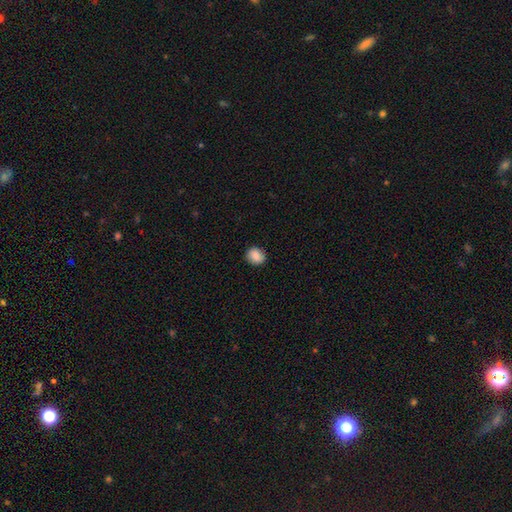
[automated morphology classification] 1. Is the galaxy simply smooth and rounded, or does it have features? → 88% smooth, 8% star or artifact, 4% featured or disk.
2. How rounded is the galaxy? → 74% round, 25% in between, 1% cigar-shaped.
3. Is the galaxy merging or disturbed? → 89% none, 8% minor disturbance, 2% major disturbance, 1% merger.